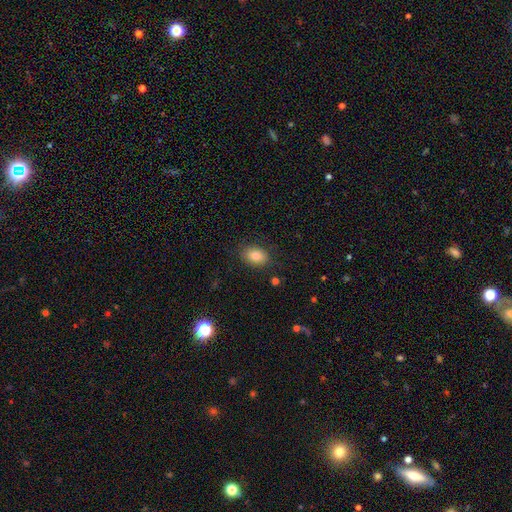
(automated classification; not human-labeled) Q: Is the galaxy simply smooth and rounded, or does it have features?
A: smooth — 82%.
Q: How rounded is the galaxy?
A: in between — 79%.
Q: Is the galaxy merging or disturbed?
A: none — 86%.